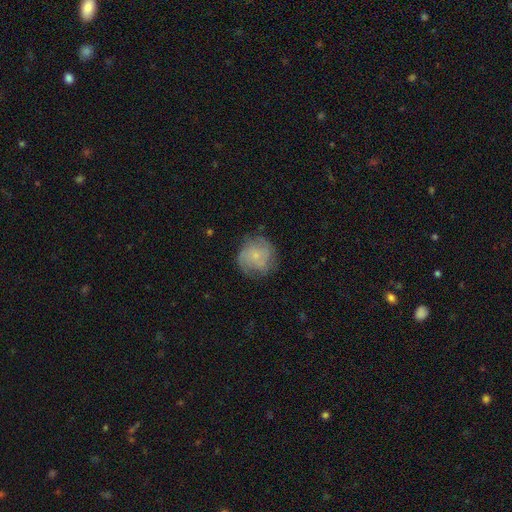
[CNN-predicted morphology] featured or disk 56%, smooth 36%, star or artifact 8%. Down the decision tree: edge-on disk — no (98%); bar — no (79%); spiral arms — yes (85%); bulge size — small (71%); merging — none (70%).